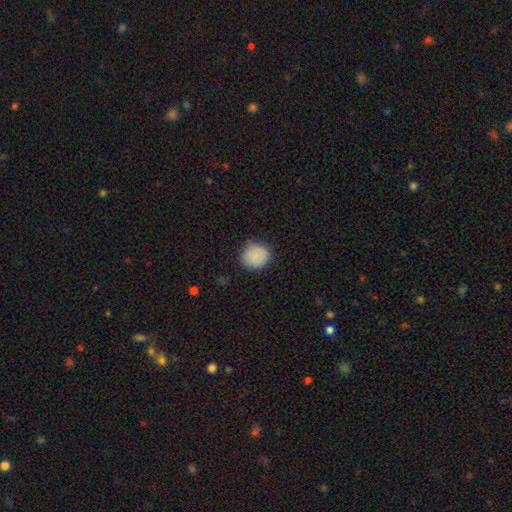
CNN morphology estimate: Smooth or featured? Predicted: smooth (p=0.88). How rounded? Predicted: round (p=0.83). Merging? Predicted: none (p=0.82).